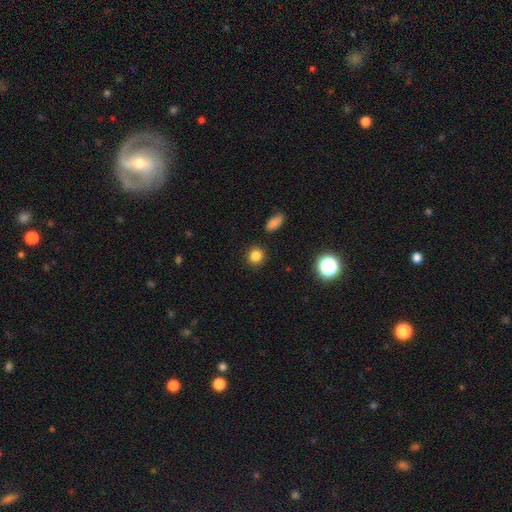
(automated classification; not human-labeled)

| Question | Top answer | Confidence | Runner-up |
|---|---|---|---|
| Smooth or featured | smooth | 83% | star or artifact (13%) |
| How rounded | round | 87% | in between (11%) |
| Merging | none | 90% | minor disturbance (6%) |